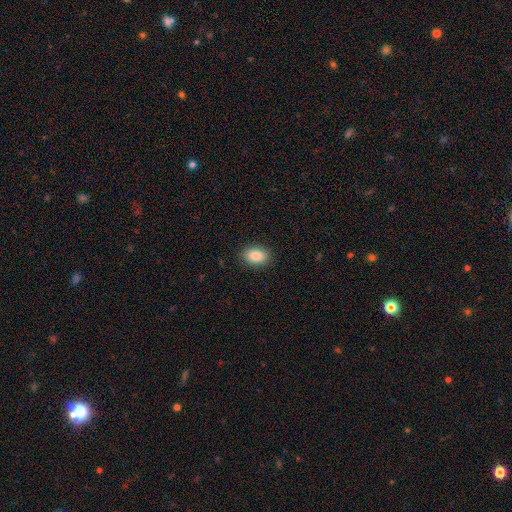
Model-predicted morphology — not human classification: Smooth or featured?
  - smooth: 87% *
  - star or artifact: 8%
  - featured or disk: 5%
How rounded?
  - in between: 84% *
  - round: 15%
  - cigar-shaped: 1%
Merging?
  - none: 89% *
  - minor disturbance: 8%
  - major disturbance: 2%
  - merger: 1%